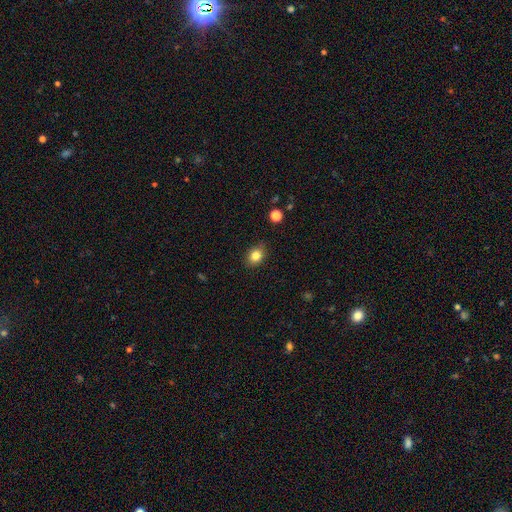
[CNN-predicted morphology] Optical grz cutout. It shows a smooth galaxy with no disk features (83%) that is in between round and cigar-shaped (57%). Merging: none (84%).